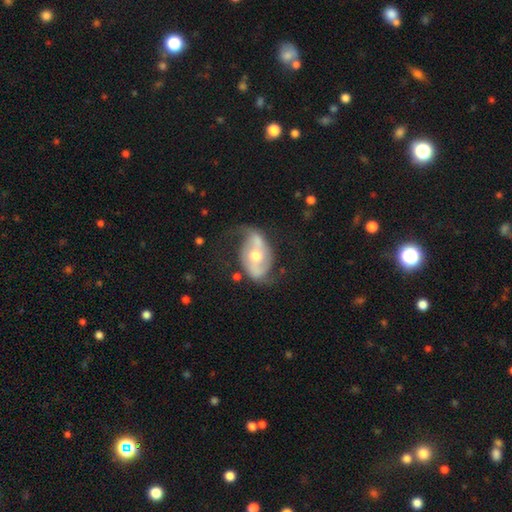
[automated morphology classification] This appears to be a featured or disk galaxy (78%) with no bar (40%), 2 (85%) loose (55%) spiral arms (84%) and a moderate central bulge (72%). Merging: none (53%).